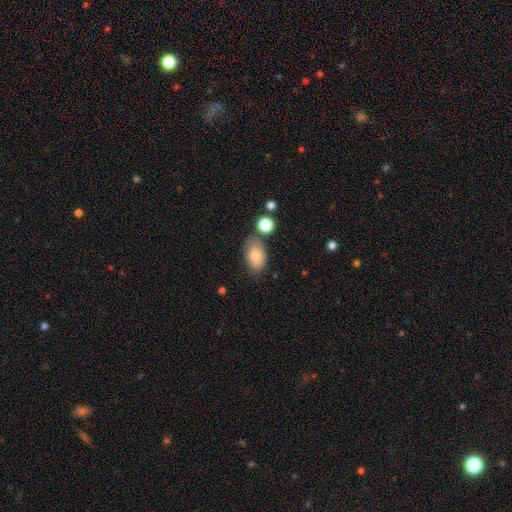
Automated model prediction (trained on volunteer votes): A smooth galaxy with no disk features (78%) that is in between round and cigar-shaped (89%).

Vote fractions:
- Smooth or featured? smooth: 78% / featured or disk: 14% / star or artifact: 8%
- How rounded? in between: 89% / round: 10% / cigar-shaped: 1%
- Merging? none: 70% / minor disturbance: 18% / merger: 8% / major disturbance: 4%